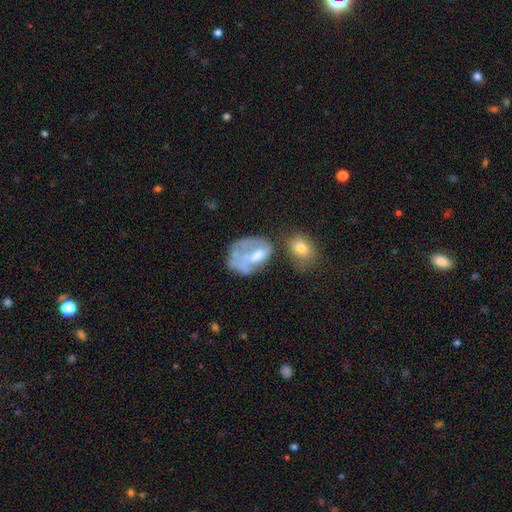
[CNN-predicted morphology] The model was most divided on "merging": major disturbance: 29%, merger: 27%, none: 25%, minor disturbance: 18%. More confident: edge-on disk — no (97%); smooth or featured — featured or disk (51%).